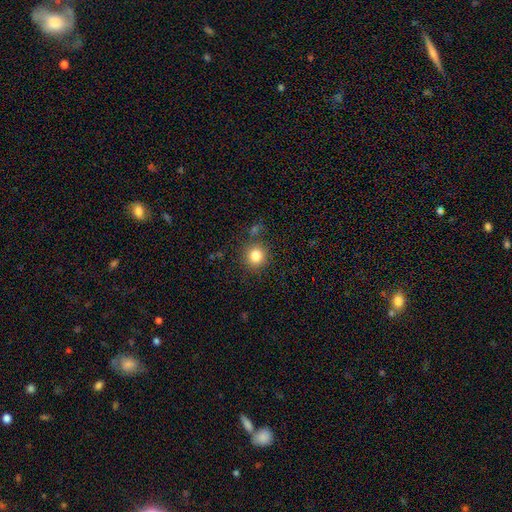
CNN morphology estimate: smooth_or_featured: smooth (p=0.82) [alt: star or artifact p=0.11]
how_rounded: round (p=0.91) [alt: in between p=0.08]
merging: none (p=0.83) [alt: minor disturbance p=0.09]